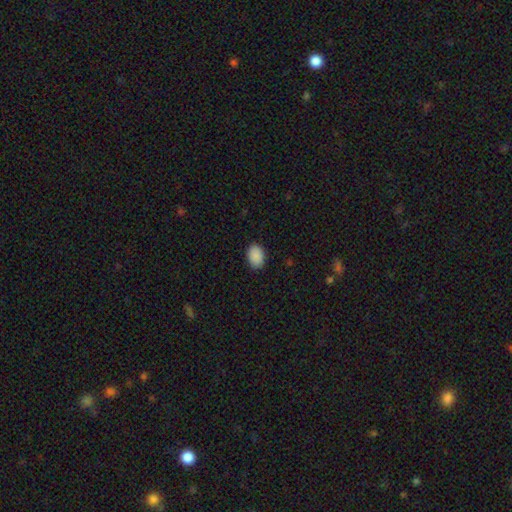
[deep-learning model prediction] smooth 90%, star or artifact 7%, featured or disk 3%. Down the decision tree: how rounded — in between (81%); merging — none (88%).